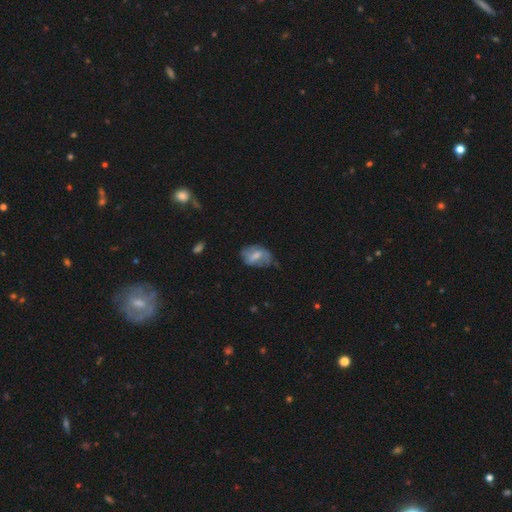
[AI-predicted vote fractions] Q: Smooth or featured?
A: smooth (50%); runner-up: featured or disk (43%)
Q: Merging?
A: none (52%); runner-up: minor disturbance (33%)